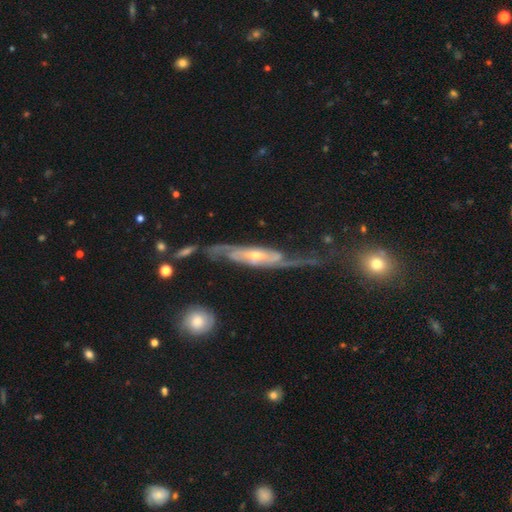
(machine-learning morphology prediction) Overall: featured or disk (85%). Edge-on disk: no (62%; yes 38%). Bar: no (48%; weak 36%). Spiral arms: yes (92%). Bulge size: small (56%; moderate 37%). Merging: none (55%; minor disturbance 24%).